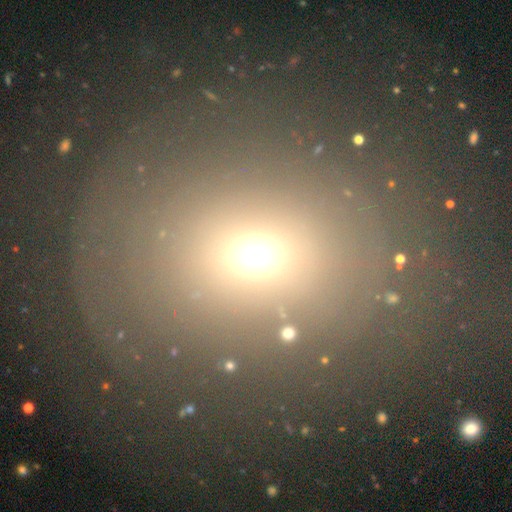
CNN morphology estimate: smooth_or_featured: smooth (p=0.61) [alt: star or artifact p=0.24]
how_rounded: round (p=0.56) [alt: in between p=0.42]
merging: none (p=0.73) [alt: minor disturbance p=0.13]